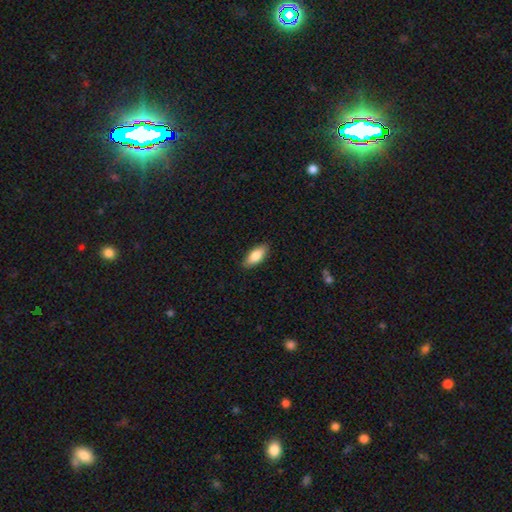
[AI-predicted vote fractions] A smooth galaxy with no disk features (81%) that is in between round and cigar-shaped (79%).

Vote fractions:
- Smooth or featured? smooth: 81% / featured or disk: 13% / star or artifact: 6%
- How rounded? in between: 79% / cigar-shaped: 19% / round: 2%
- Merging? none: 88% / minor disturbance: 9% / major disturbance: 2% / merger: 1%